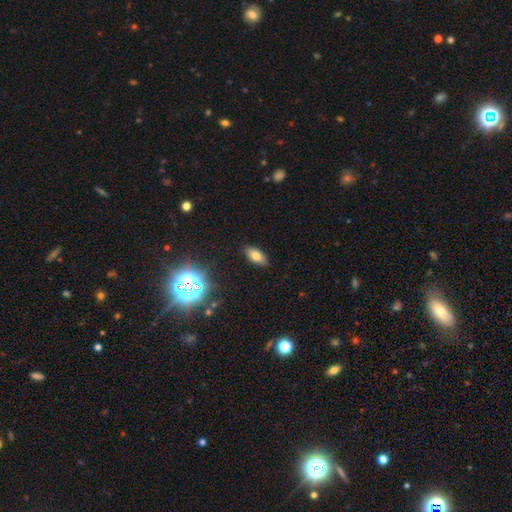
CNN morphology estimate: Smooth or featured? smooth (72%)
How rounded? in between (88%)
Merging? none (88%)